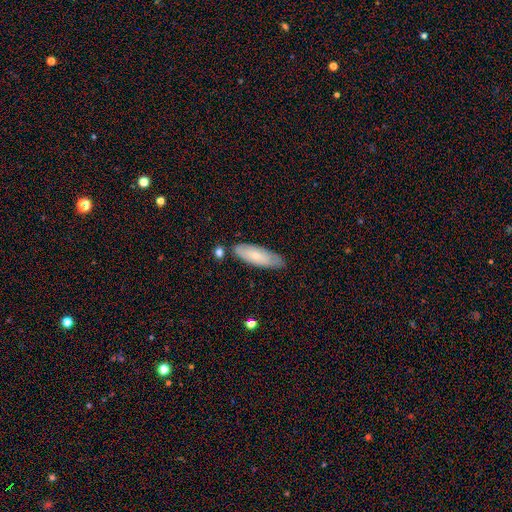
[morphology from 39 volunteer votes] Overall: smooth (72%). How rounded: in between (68%; cigar-shaped 29%). Merging: none (76%).